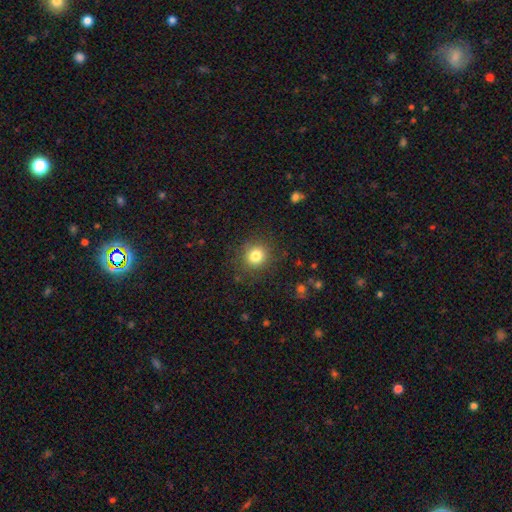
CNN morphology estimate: A smooth galaxy with no disk features (81%) that is round (85%).

Vote fractions:
- Smooth or featured? smooth: 81% / star or artifact: 12% / featured or disk: 7%
- How rounded? round: 85% / in between: 14% / cigar-shaped: 1%
- Merging? none: 86% / minor disturbance: 9% / major disturbance: 4% / merger: 1%